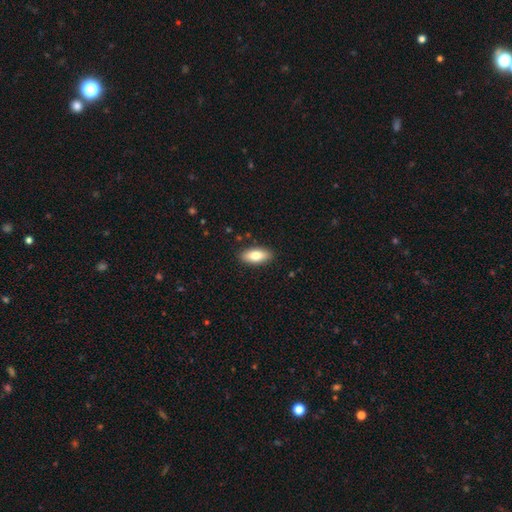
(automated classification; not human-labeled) smooth-or-featured: smooth: 76% | featured or disk: 17% | star or artifact: 6%
  how-rounded: in between: 86% | cigar-shaped: 11% | round: 3%
  merging: none: 89% | minor disturbance: 8% | major disturbance: 2% | merger: 1%